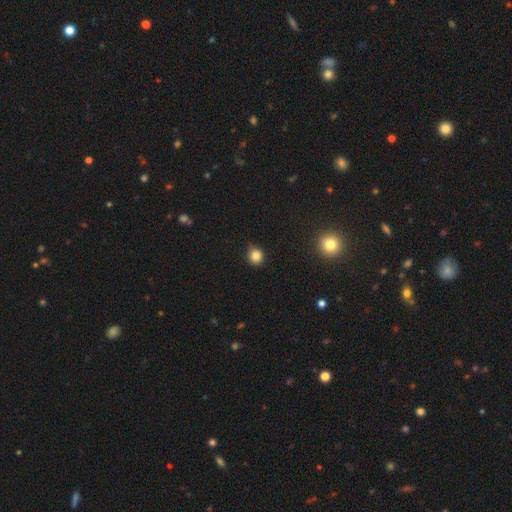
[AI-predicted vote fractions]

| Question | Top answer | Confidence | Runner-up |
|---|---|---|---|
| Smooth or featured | smooth | 83% | star or artifact (12%) |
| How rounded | round | 85% | in between (14%) |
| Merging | none | 76% | minor disturbance (20%) |